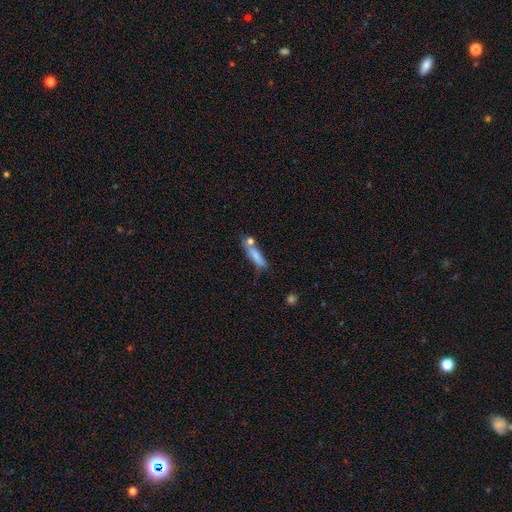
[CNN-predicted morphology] smooth 73%, featured or disk 18%, star or artifact 8%. Down the decision tree: how rounded — cigar-shaped (66%); merging — none (49%).